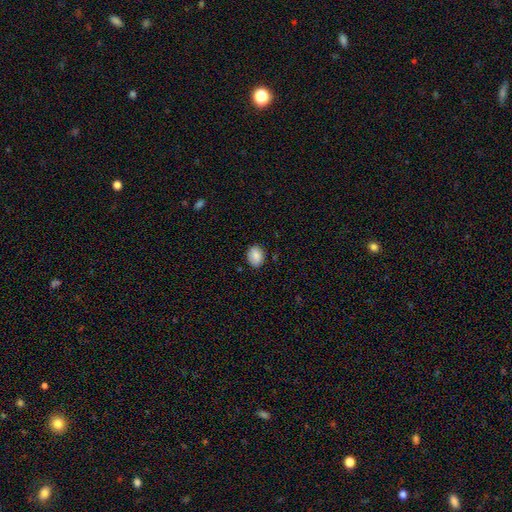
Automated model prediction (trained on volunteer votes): smooth 86%, star or artifact 8%, featured or disk 6%. Down the decision tree: how rounded — in between (59%); merging — none (84%).